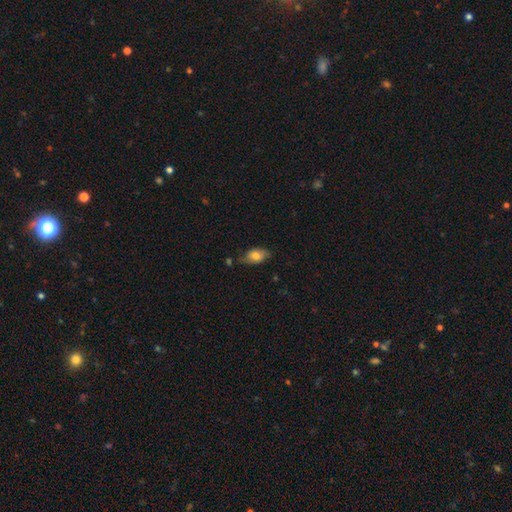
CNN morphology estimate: smooth_or_featured: smooth (p=0.64) [alt: featured or disk p=0.28]
how_rounded: in between (p=0.89) [alt: round p=0.08]
merging: none (p=0.61) [alt: minor disturbance p=0.27]